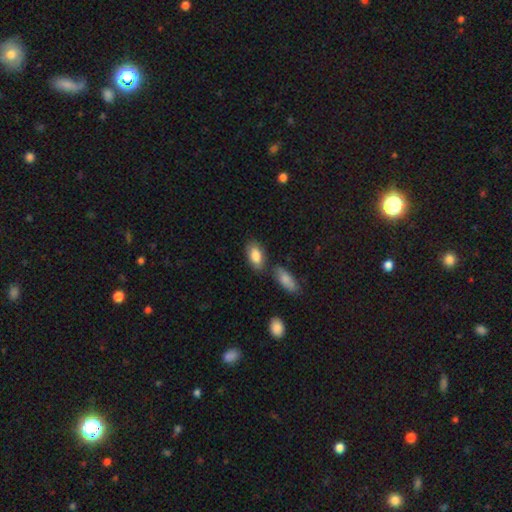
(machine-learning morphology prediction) Overall: smooth (83%). How rounded: in between (92%). Merging: none (69%).